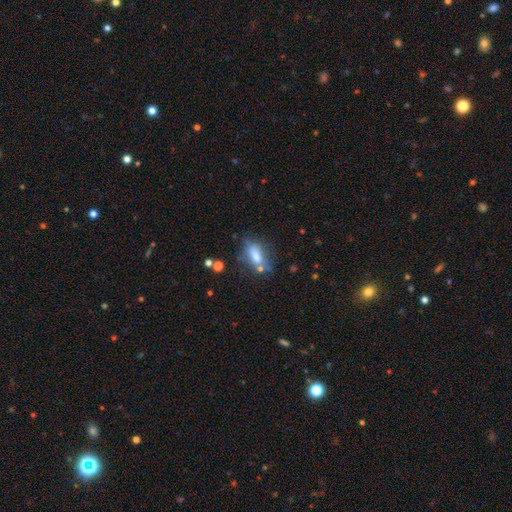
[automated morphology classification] type=smooth (69%); roundness=in between (72%); merging=none (60%).